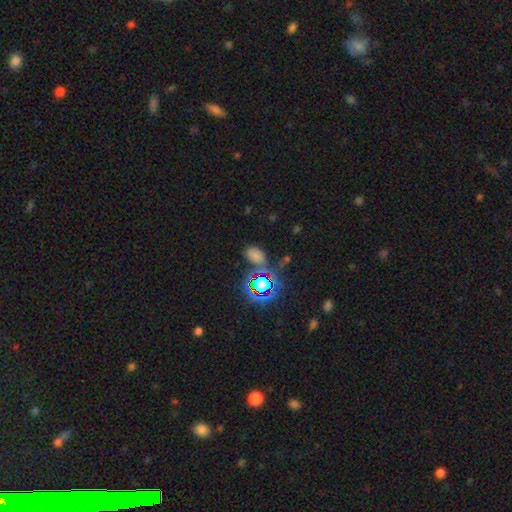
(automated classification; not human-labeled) Overall: smooth (59%; star or artifact 34%). How rounded: in between (84%). Merging: none (65%).